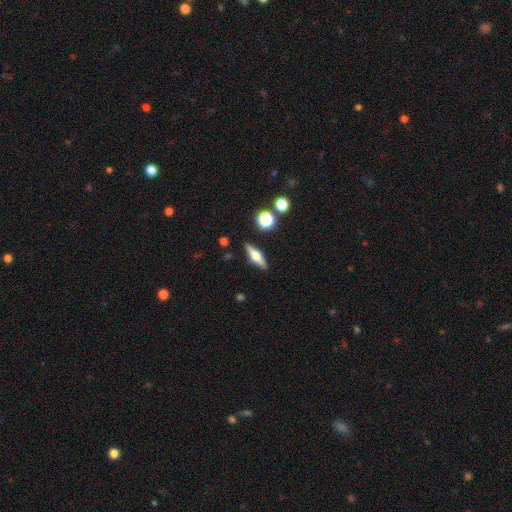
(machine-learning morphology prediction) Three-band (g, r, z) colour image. It shows a featured or disk galaxy (56%) viewed edge-on (94%) with a rounded central bulge (93%). Merging: none (88%).